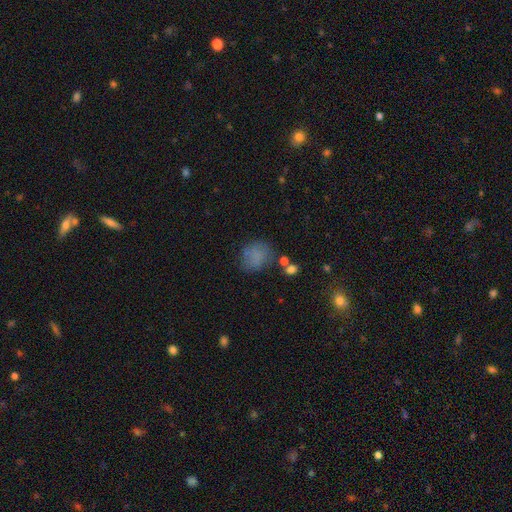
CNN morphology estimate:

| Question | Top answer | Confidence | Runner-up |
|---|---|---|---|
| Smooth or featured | smooth | 75% | star or artifact (13%) |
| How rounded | round | 64% | in between (35%) |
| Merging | none | 61% | minor disturbance (21%) |